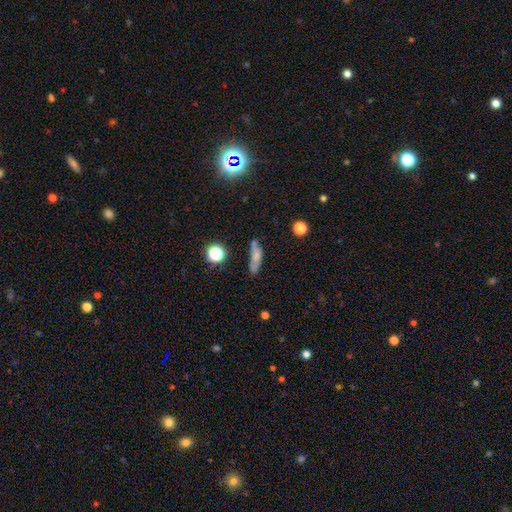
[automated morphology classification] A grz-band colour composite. It shows a smooth galaxy with no disk features (64%) that is cigar-shaped (55%). Merging: none (56%).